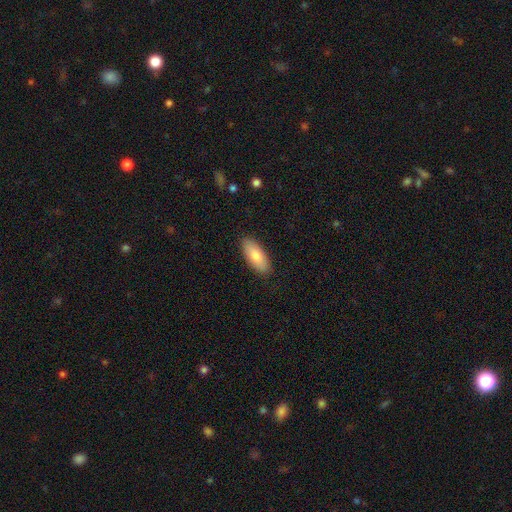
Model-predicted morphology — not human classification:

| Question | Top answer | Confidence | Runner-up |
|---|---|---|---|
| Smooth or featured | smooth | 82% | featured or disk (12%) |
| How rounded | in between | 83% | cigar-shaped (15%) |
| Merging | none | 88% | minor disturbance (9%) |